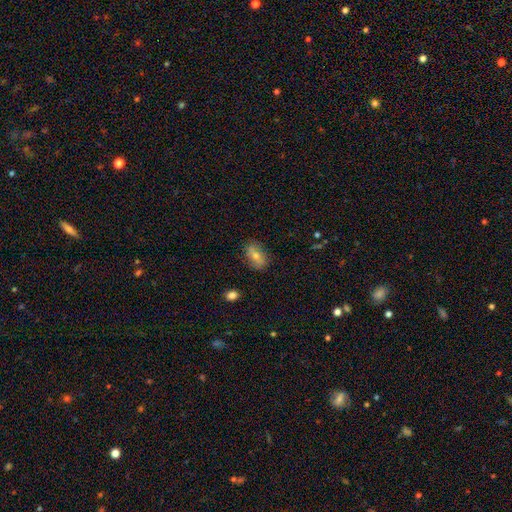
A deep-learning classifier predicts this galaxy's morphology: This is possibly a smooth galaxy (56%). How rounded: clearly in between (82%). Merging: clearly none (84%).